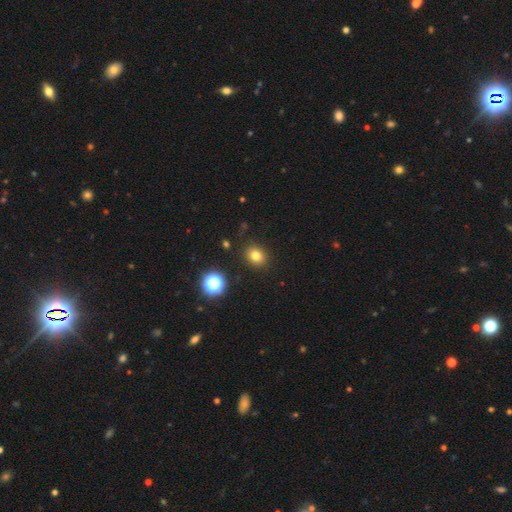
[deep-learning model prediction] Smooth or featured? smooth (79%)
How rounded? round (63%)
Merging? none (88%)